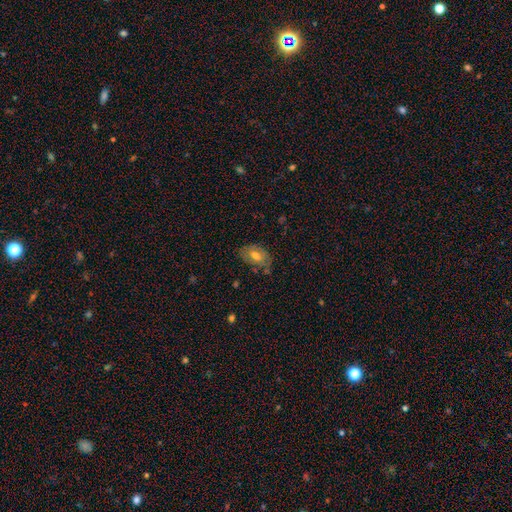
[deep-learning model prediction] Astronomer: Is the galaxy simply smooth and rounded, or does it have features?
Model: smooth — 67%.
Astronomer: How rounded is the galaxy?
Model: in between — 86%.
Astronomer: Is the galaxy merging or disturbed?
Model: none — 66%.